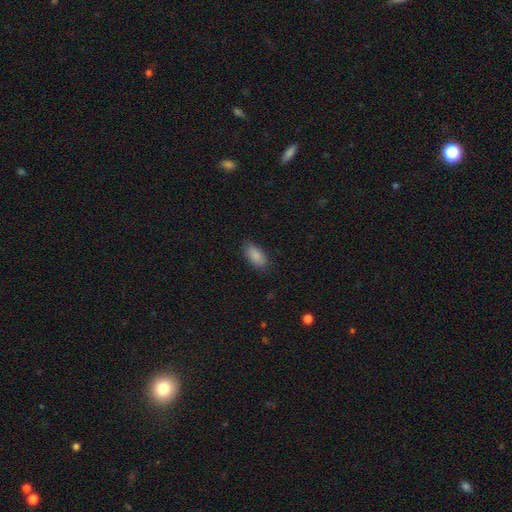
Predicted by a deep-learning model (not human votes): Smooth or featured: smooth — 89% (star or artifact — 7%)
How rounded: in between — 90% (cigar-shaped — 7%)
Merging: none — 85% (minor disturbance — 12%)